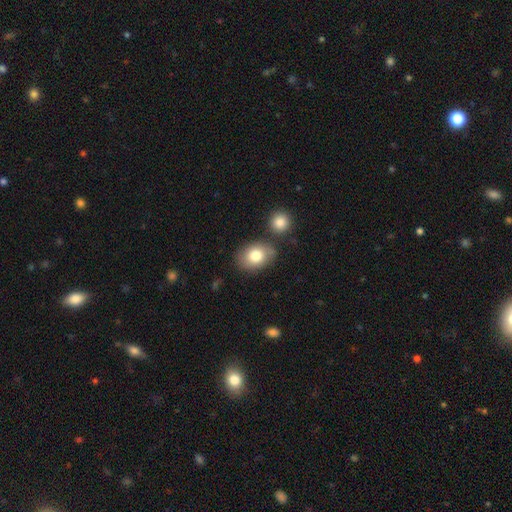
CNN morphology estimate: Smooth or featured?
  - smooth: 79% *
  - featured or disk: 13%
  - star or artifact: 8%
How rounded?
  - in between: 74% *
  - round: 25%
  - cigar-shaped: 1%
Merging?
  - none: 71% *
  - minor disturbance: 14%
  - merger: 11%
  - major disturbance: 4%